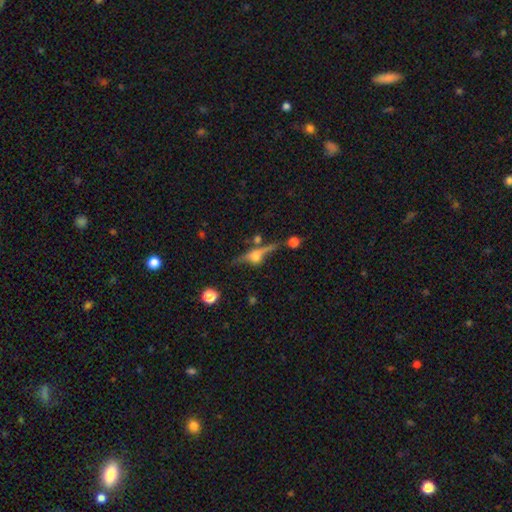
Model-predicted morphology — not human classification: Overall: featured or disk (67%). Edge-on disk: yes (90%). Edge-on bulge: rounded (88%). Merging: none (65%).